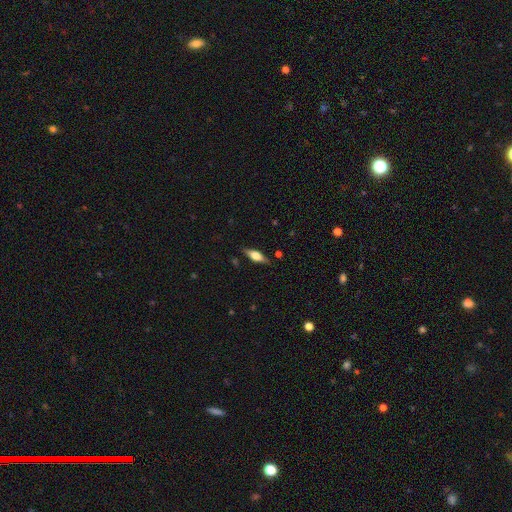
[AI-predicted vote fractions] Q: Smooth or featured?
A: featured or disk (50%); runner-up: smooth (43%)
Q: Merging?
A: none (84%); runner-up: minor disturbance (12%)